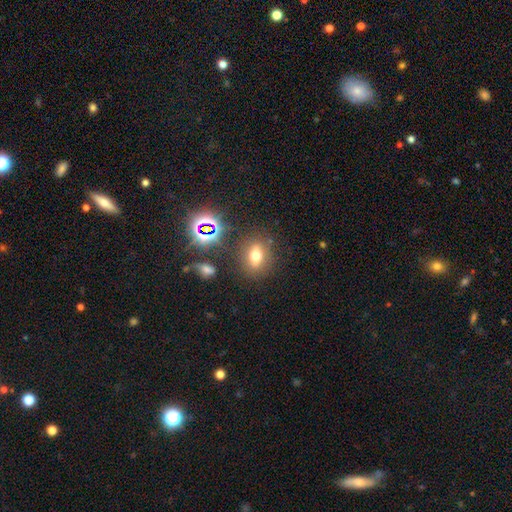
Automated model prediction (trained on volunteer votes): Q: Smooth or featured?
A: smooth (61%); runner-up: star or artifact (21%)
Q: How rounded?
A: in between (64%); runner-up: round (30%)
Q: Merging?
A: none (81%); runner-up: minor disturbance (11%)